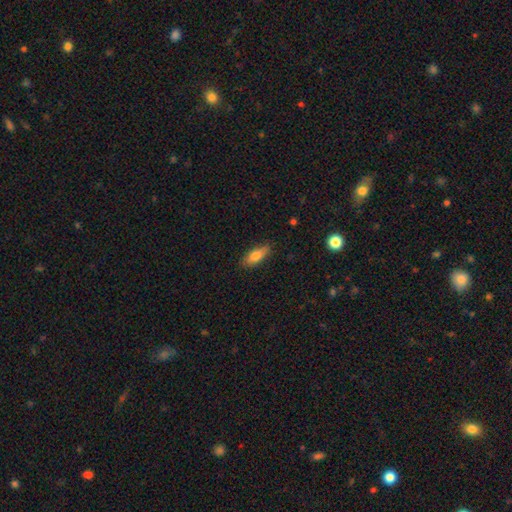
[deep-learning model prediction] smooth 77%, featured or disk 16%, star or artifact 7%. Down the decision tree: how rounded — in between (71%); merging — none (83%).